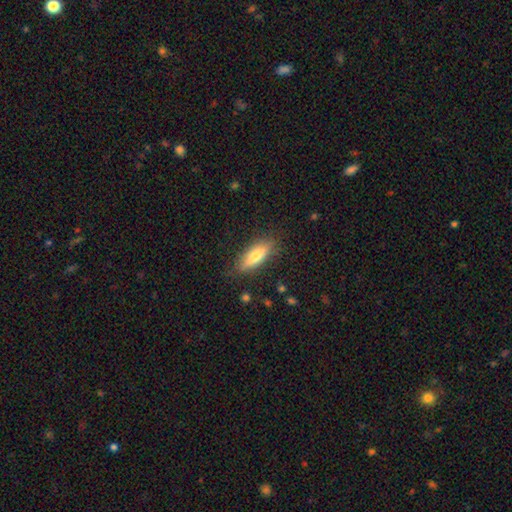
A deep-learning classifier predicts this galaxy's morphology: This appears to be a smooth galaxy with no disk features (67%) that is in between round and cigar-shaped (55%). Merging: none (81%).